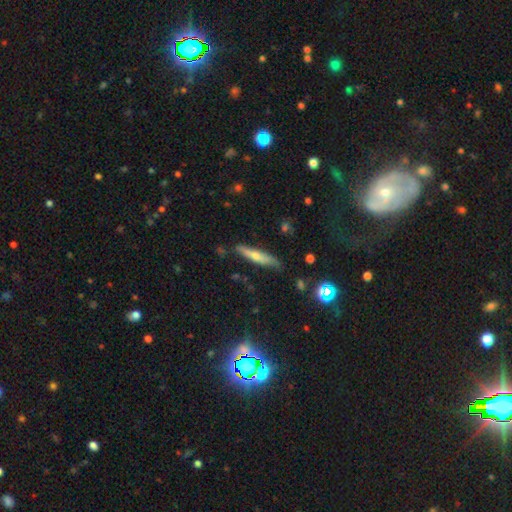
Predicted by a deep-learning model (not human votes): This appears to be a smooth galaxy with no disk features (48%). Merging: none (82%).